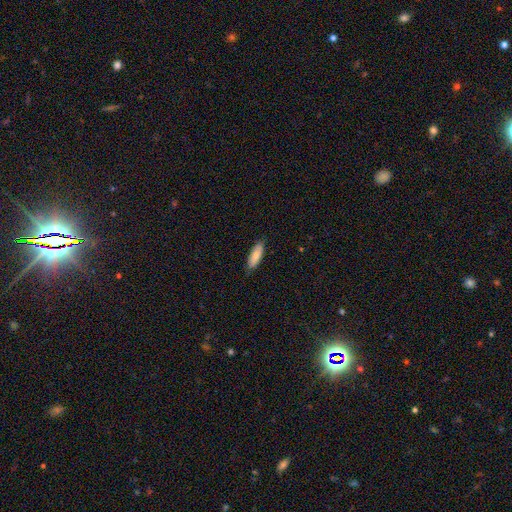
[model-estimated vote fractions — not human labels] Smooth or featured: smooth — 82% (featured or disk — 12%)
How rounded: in between — 55% (cigar-shaped — 43%)
Merging: none — 85% (minor disturbance — 12%)